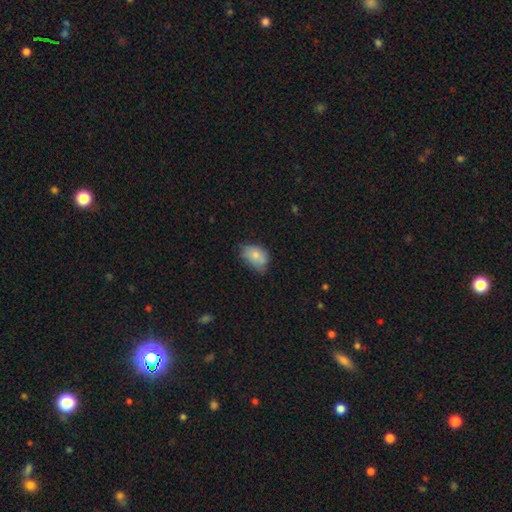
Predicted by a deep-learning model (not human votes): A smooth galaxy with no disk features (78%) that is in between round and cigar-shaped (84%). Merging: none (49%).